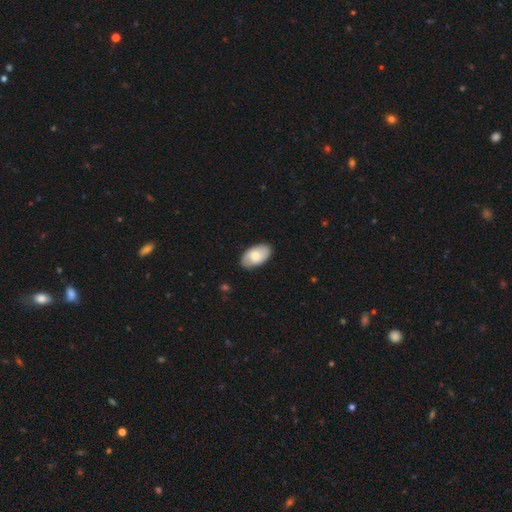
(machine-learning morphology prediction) smooth-or-featured: smooth: 66% | featured or disk: 28% | star or artifact: 6%
  how-rounded: in between: 94% | round: 4% | cigar-shaped: 1%
  merging: none: 81% | minor disturbance: 15% | major disturbance: 3% | merger: 1%